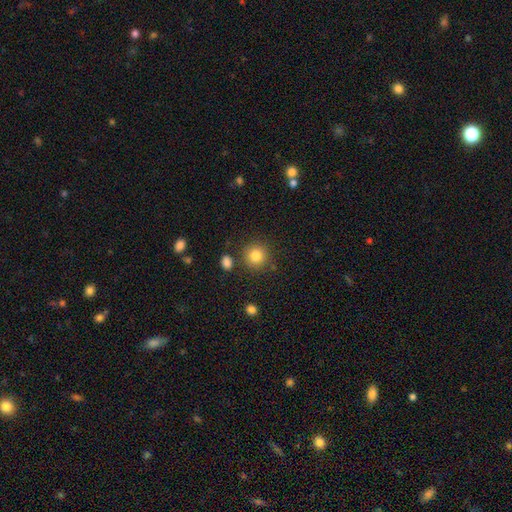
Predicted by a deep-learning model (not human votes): This is clearly a smooth galaxy (84%). How rounded: clearly round (92%). Merging: clearly none (84%).